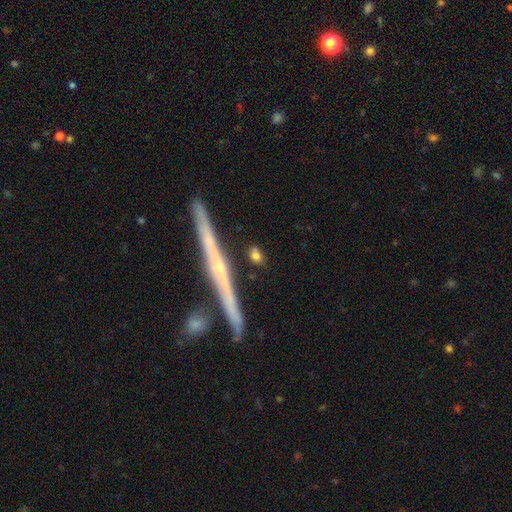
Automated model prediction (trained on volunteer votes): smooth-or-featured: smooth: 70% | featured or disk: 20% | star or artifact: 10%
  how-rounded: round: 40% (tied) | in between: 40% (tied) | cigar-shaped: 21%
  merging: none: 81% | minor disturbance: 11% | merger: 5% | major disturbance: 3%